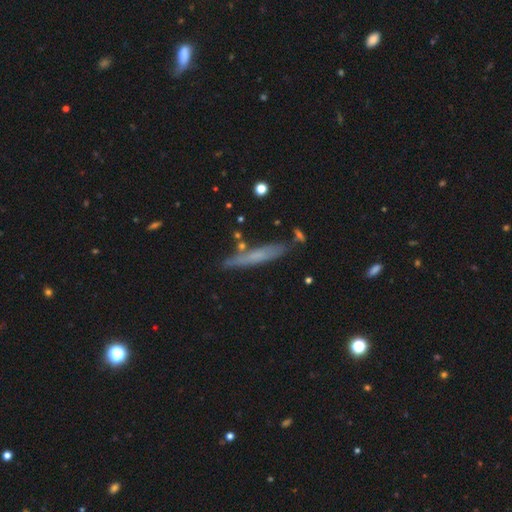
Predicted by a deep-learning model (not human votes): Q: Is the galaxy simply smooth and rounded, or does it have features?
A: smooth — 55%.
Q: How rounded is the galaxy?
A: cigar-shaped — 92%.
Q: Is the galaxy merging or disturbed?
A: none — 77%.